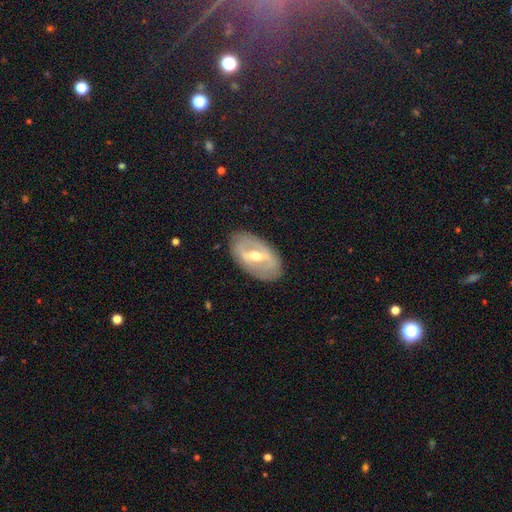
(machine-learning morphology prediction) smooth-or-featured: featured or disk: 74% | smooth: 20% | star or artifact: 6%
  disk-edge-on: no: 90% | yes: 10%
    bar: strong: 51% | weak: 35% | no: 14%
    has-spiral-arms: no: 59% | yes: 41%
    bulge-size: moderate: 71% | small: 23% | large: 4% | none: 1% | dominant: 1%
  merging: none: 84% | minor disturbance: 12% | major disturbance: 4% | merger: 1%